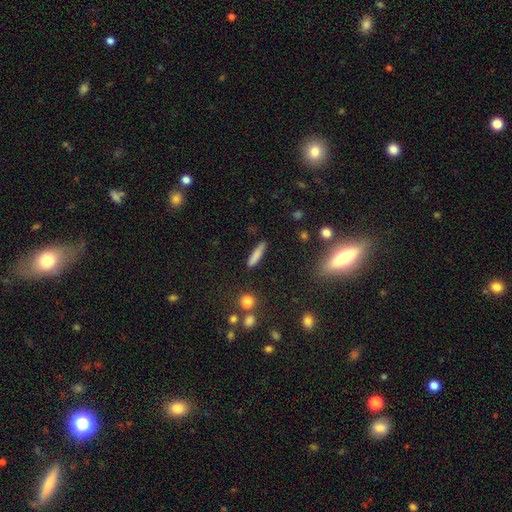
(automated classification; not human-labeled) Smooth or featured: smooth — 80% (featured or disk — 12%)
How rounded: cigar-shaped — 86% (in between — 11%)
Merging: none — 85% (minor disturbance — 10%)